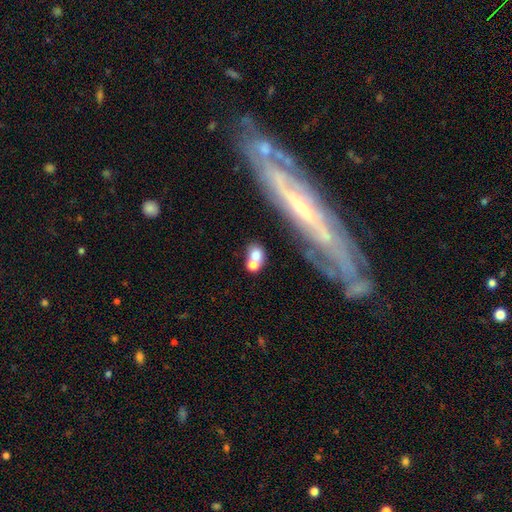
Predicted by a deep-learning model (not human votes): smooth-or-featured: smooth: 67% | featured or disk: 23% | star or artifact: 10%
  how-rounded: round: 50% | in between: 47% | cigar-shaped: 3%
  merging: merger: 49% | none: 35% | minor disturbance: 10% | major disturbance: 6%